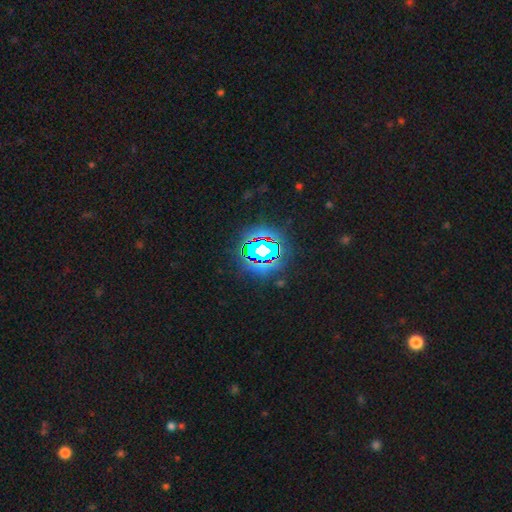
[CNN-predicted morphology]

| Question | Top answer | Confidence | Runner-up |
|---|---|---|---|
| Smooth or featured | star or artifact | 83% | smooth (10%) |